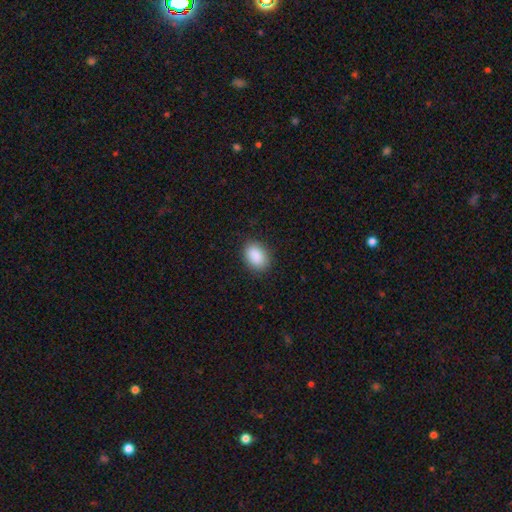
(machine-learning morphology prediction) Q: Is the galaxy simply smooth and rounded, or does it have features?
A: smooth — 90%.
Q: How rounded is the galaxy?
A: in between — 83%.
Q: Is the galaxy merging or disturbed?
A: none — 86%.